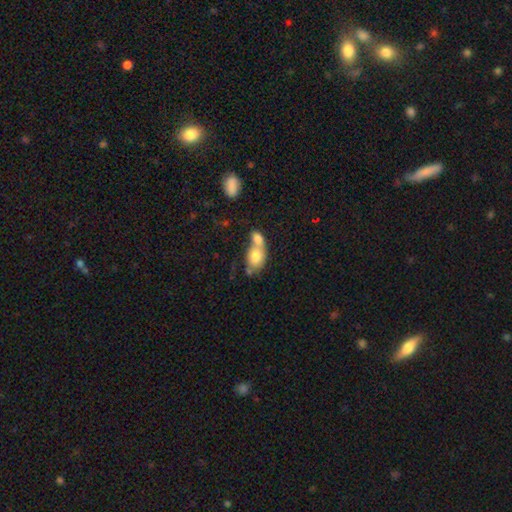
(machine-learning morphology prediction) Smooth or featured: smooth — 76% (featured or disk — 17%)
How rounded: in between — 73% (round — 25%)
Merging: merger — 68% (none — 21%)